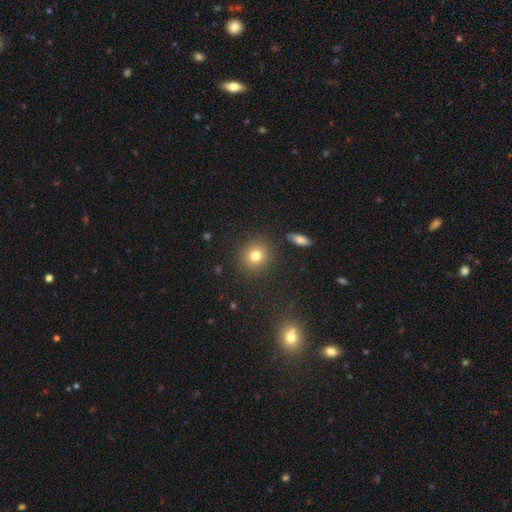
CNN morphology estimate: A smooth galaxy with no disk features (79%) that is round (86%). Merging: none (88%).